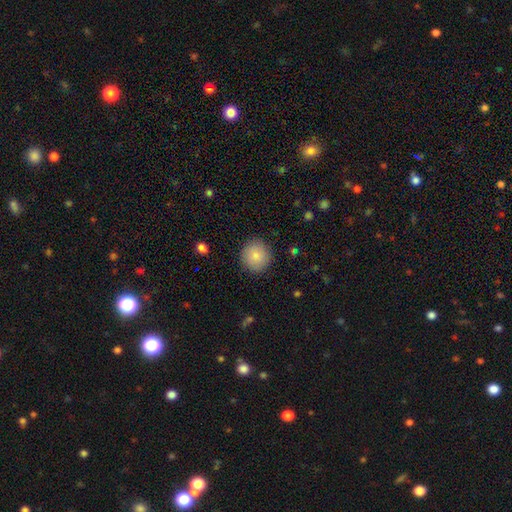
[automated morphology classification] smooth_or_featured: smooth (p=0.86) [alt: star or artifact p=0.08]
how_rounded: round (p=0.93) [alt: in between p=0.06]
merging: none (p=0.89) [alt: minor disturbance p=0.07]